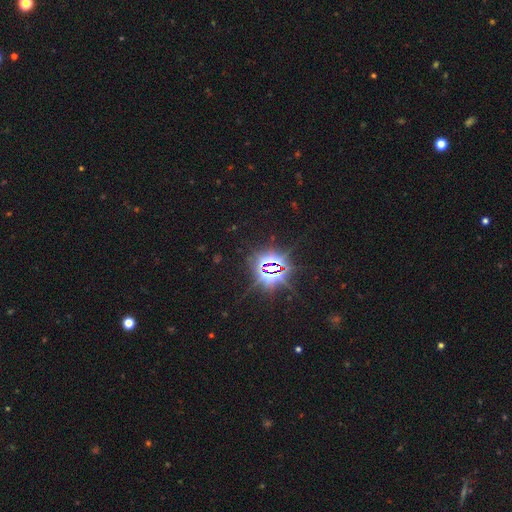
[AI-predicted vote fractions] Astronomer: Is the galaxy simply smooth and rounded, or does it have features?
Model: star or artifact — 84%.